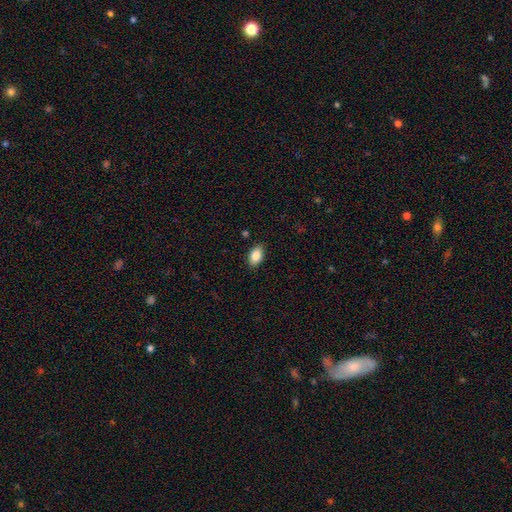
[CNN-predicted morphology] Smooth or featured? Predicted: smooth (p=0.85). How rounded? Predicted: in between (p=0.90). Merging? Predicted: none (p=0.87).